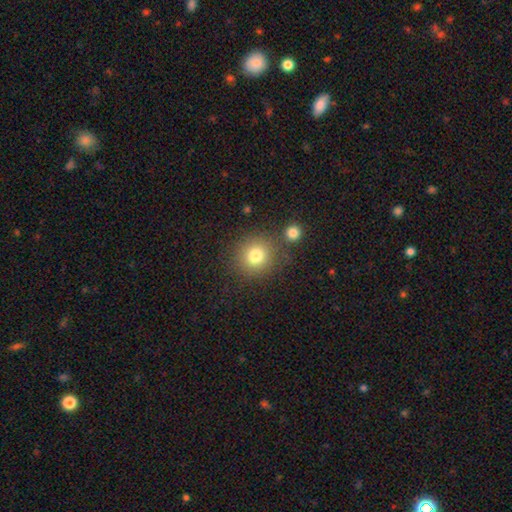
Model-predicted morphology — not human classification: Smooth or featured? smooth (79%)
How rounded? round (90%)
Merging? none (79%)